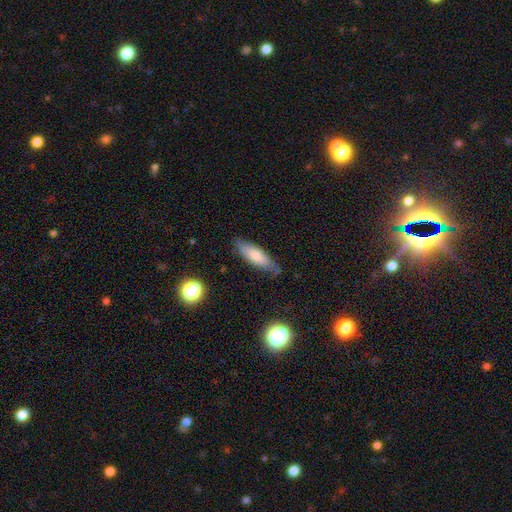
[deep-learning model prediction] Smooth or featured: smooth — 72% (featured or disk — 21%)
How rounded: in between — 52% (cigar-shaped — 46%)
Merging: none — 74% (minor disturbance — 20%)